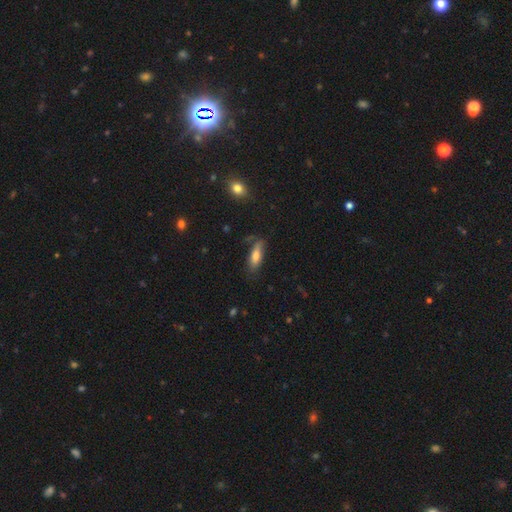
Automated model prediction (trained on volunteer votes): This appears to be a smooth galaxy with no disk features (74%) that is in between round and cigar-shaped (53%). Merging: none (66%).